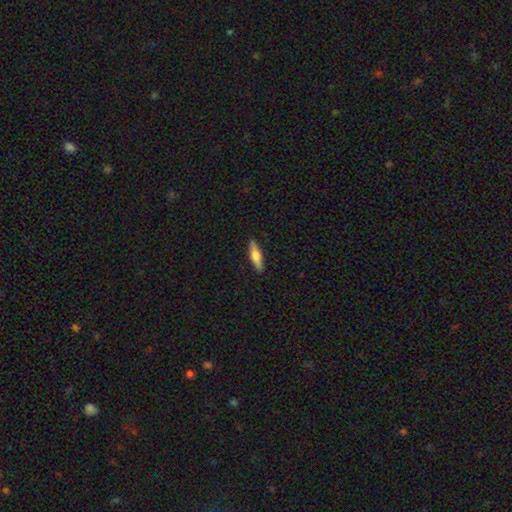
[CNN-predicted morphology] This appears to be a smooth galaxy with no disk features (53%) that is cigar-shaped (74%). Merging: none (90%).